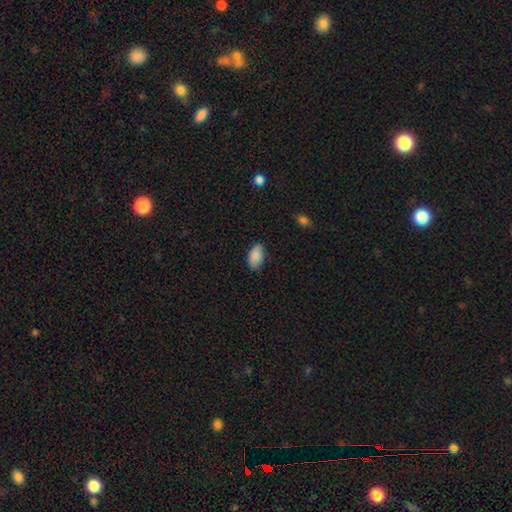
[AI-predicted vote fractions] Smooth or featured? smooth (88%)
How rounded? in between (93%)
Merging? none (78%)